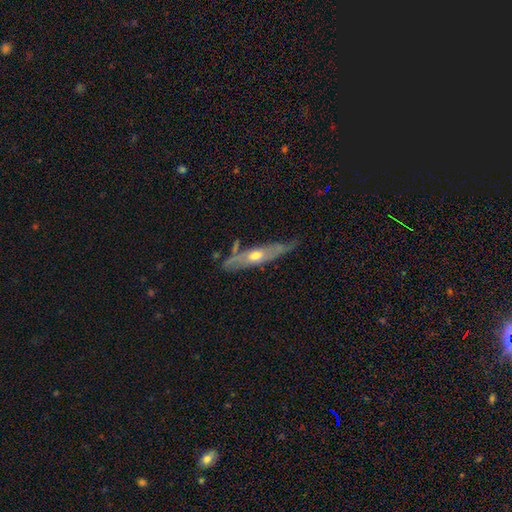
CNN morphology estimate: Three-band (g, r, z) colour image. It shows a featured or disk galaxy (59%) viewed edge-on (60%). Merging: none (59%).